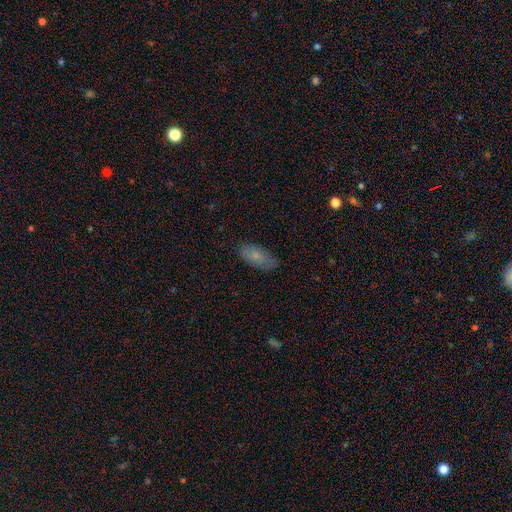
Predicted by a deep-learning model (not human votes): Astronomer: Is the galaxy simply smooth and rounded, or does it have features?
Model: smooth — 74%.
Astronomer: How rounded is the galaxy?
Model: in between — 88%.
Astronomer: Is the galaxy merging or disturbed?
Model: none — 79%.